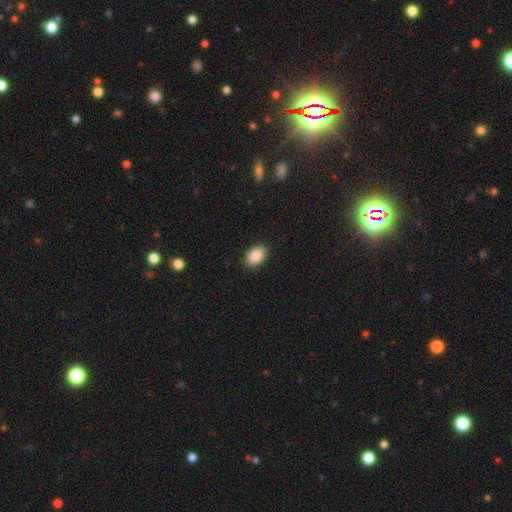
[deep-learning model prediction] This is clearly a smooth galaxy (90%). How rounded: clearly in between (90%). Merging: clearly none (89%).